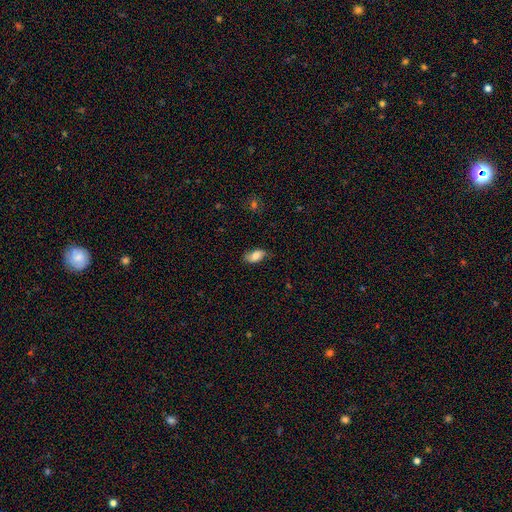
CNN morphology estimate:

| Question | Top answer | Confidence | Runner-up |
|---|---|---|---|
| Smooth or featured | smooth | 75% | featured or disk (18%) |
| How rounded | in between | 91% | cigar-shaped (5%) |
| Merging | none | 71% | minor disturbance (23%) |